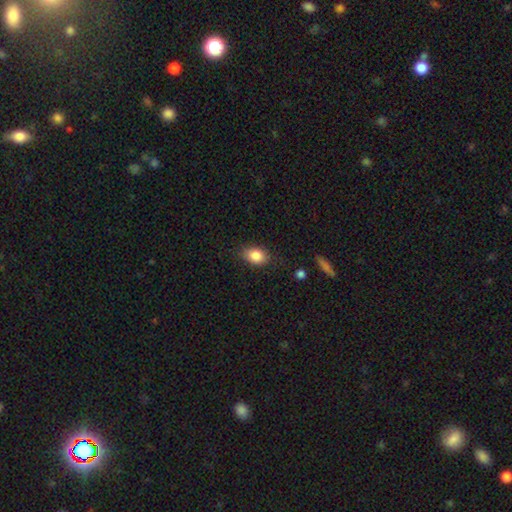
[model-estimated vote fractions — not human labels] smooth 86%, star or artifact 8%, featured or disk 6%. Down the decision tree: how rounded — in between (78%); merging — none (78%).